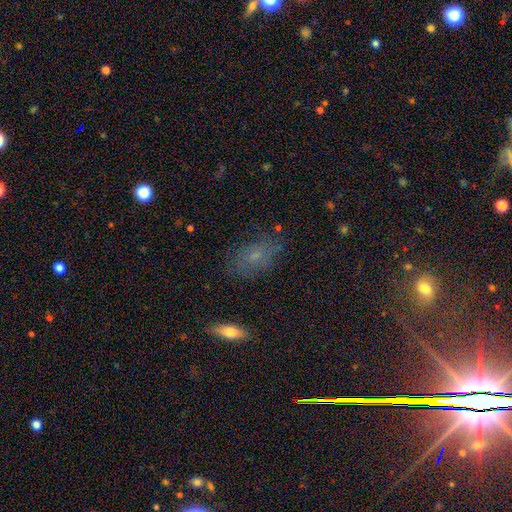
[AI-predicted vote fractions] smooth 50%, featured or disk 28%, star or artifact 22%. Down the decision tree: how rounded — in between (84%); merging — none (73%).